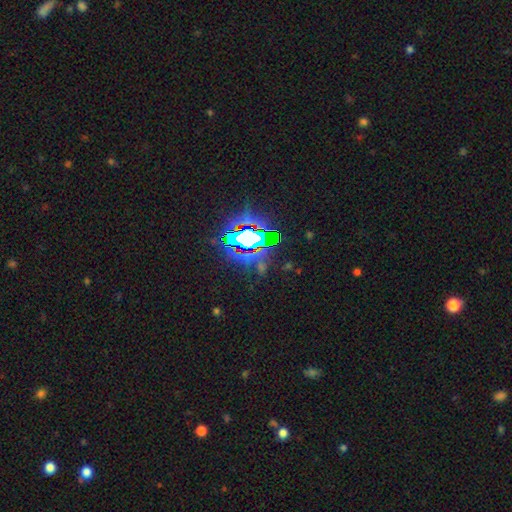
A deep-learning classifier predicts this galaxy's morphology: Q: Smooth or featured?
A: star or artifact (83%); runner-up: smooth (9%)